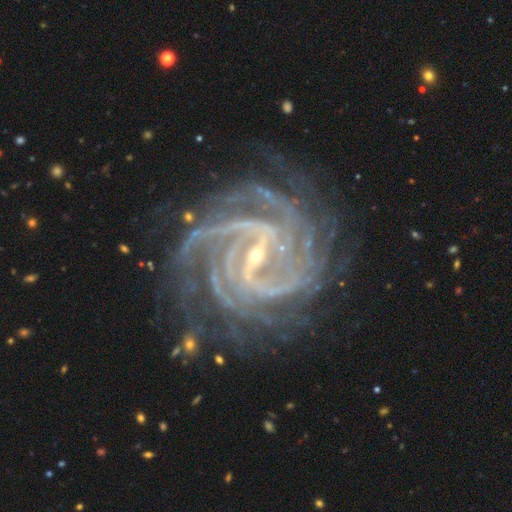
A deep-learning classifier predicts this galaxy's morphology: The model was most divided on "spiral arm count": 4: 32%, more than 4: 22%, 3: 15%, can't tell: 12%, 2: 11%, 1: 8%. More confident: spiral arms — yes (99%); edge-on disk — no (98%); smooth or featured — featured or disk (93%); bulge size — small (79%); merging — none (77%); spiral winding — tight (67%); bar — strong (56%).